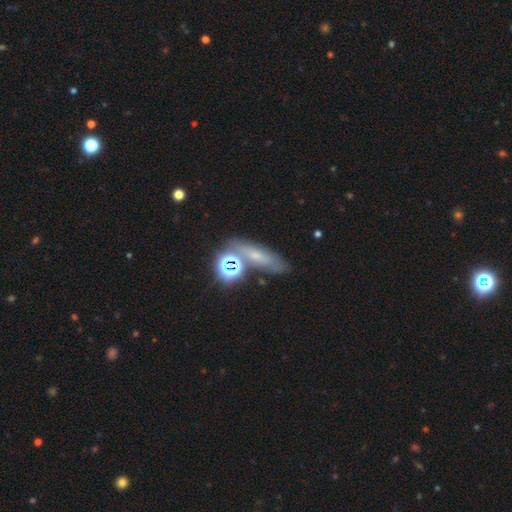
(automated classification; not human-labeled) This is marginally a smooth galaxy (45%). Merging: likely none (63%).